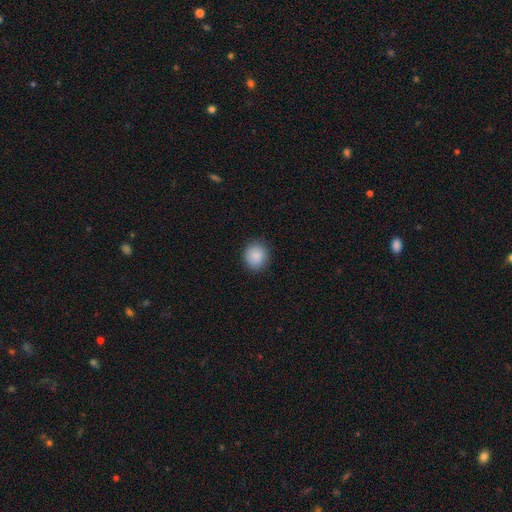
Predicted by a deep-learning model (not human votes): smooth-or-featured: smooth: 88% | star or artifact: 8% | featured or disk: 4%
  how-rounded: round: 84% | in between: 15% | cigar-shaped: 1%
  merging: none: 88% | minor disturbance: 9% | major disturbance: 2% | merger: 1%